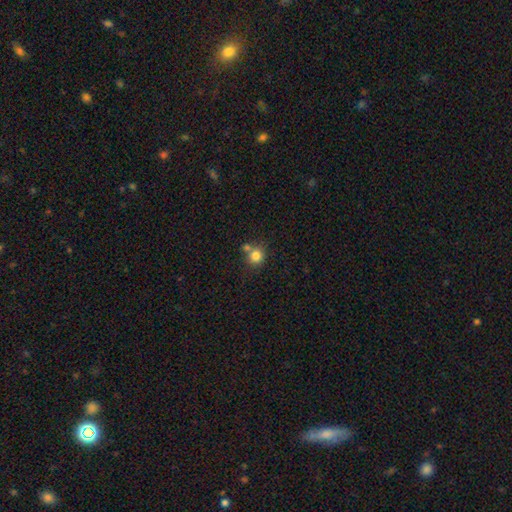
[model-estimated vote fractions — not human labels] A smooth galaxy with no disk features (81%) that is round (89%).

Vote fractions:
- Smooth or featured? smooth: 81% / star or artifact: 12% / featured or disk: 8%
- How rounded? round: 89% / in between: 10% / cigar-shaped: 1%
- Merging? none: 60% / merger: 27% / minor disturbance: 10% / major disturbance: 3%